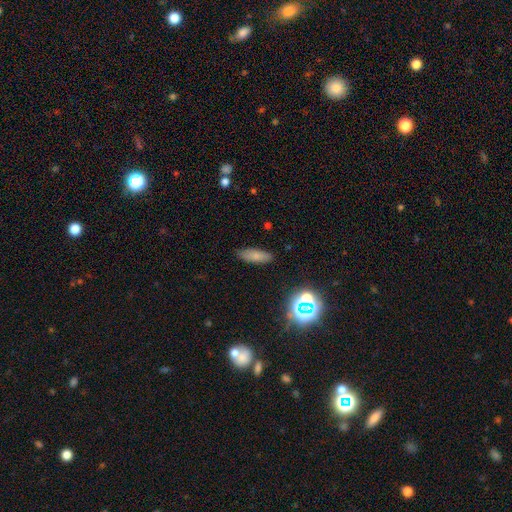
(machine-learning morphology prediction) smooth-or-featured: smooth: 76% | featured or disk: 12% | star or artifact: 12%
  how-rounded: in between: 63% | cigar-shaped: 34% | round: 3%
  merging: none: 85% | minor disturbance: 11% | major disturbance: 3% | merger: 2%